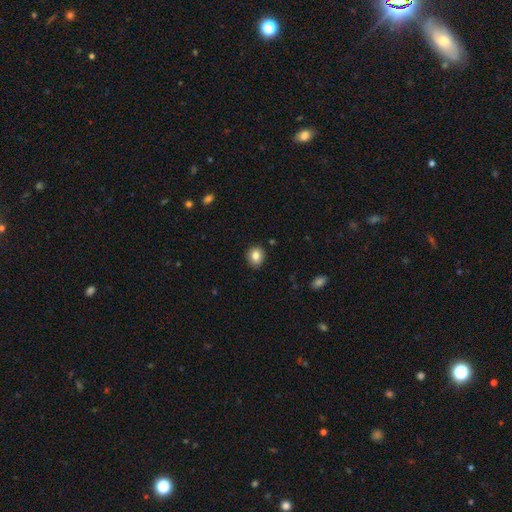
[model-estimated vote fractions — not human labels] Smooth or featured? smooth (83%)
How rounded? round (77%)
Merging? none (89%)